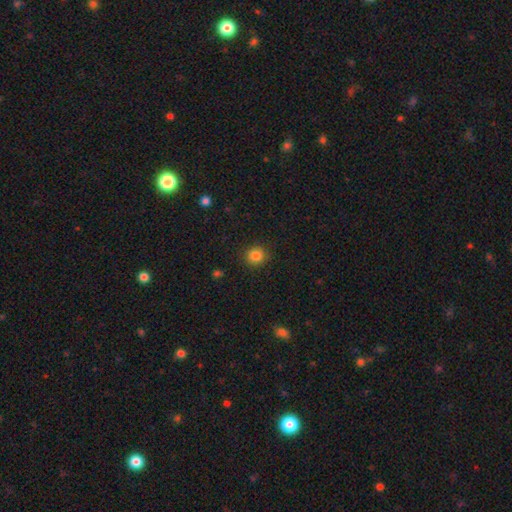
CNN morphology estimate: A smooth galaxy with no disk features (83%) that is round (89%). Merging: none (91%).